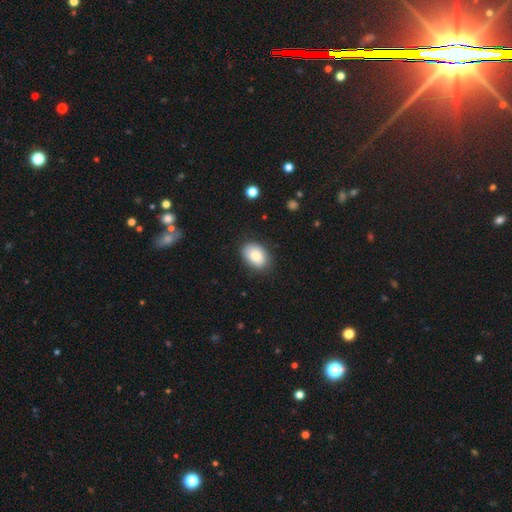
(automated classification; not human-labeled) Overall: smooth (81%). How rounded: in between (83%). Merging: none (83%).